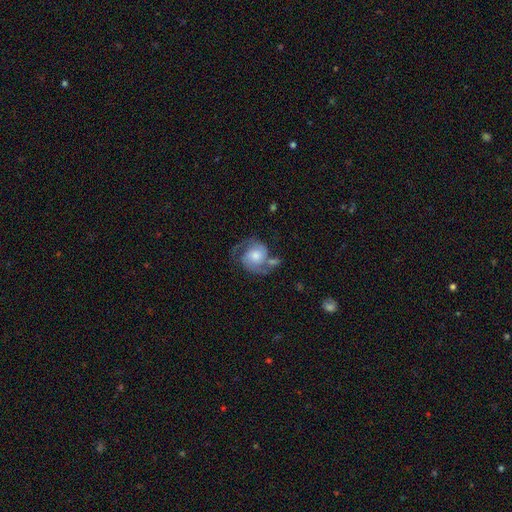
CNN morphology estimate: A featured or disk galaxy (81%) with no bar (70%), 2 (90%) medium (52%) spiral arms (96%) and a moderate central bulge (51%). Merging: none (58%).